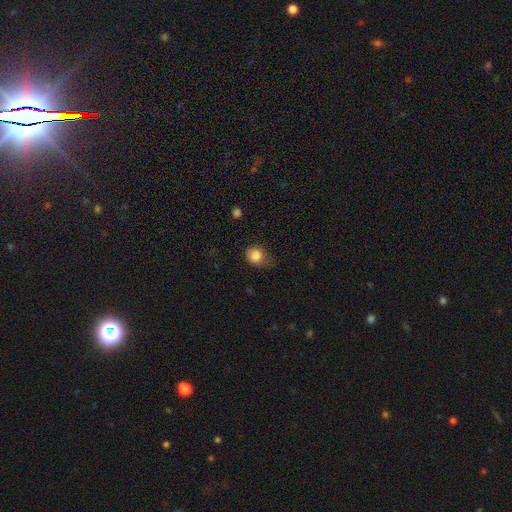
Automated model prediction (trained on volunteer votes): A smooth galaxy with no disk features (84%) that is round (67%). Merging: none (50%).